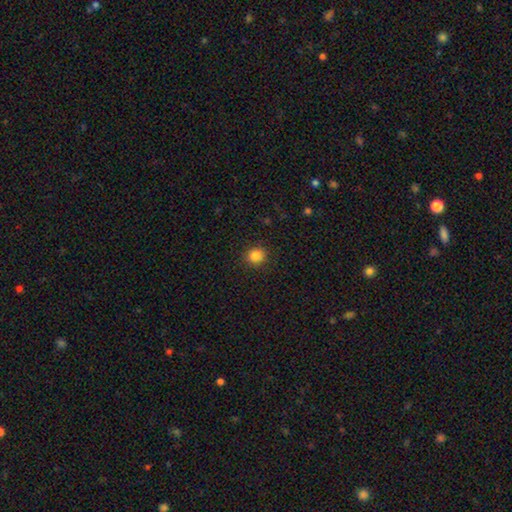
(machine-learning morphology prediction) A smooth galaxy with no disk features (84%) that is round (83%). Merging: none (90%).